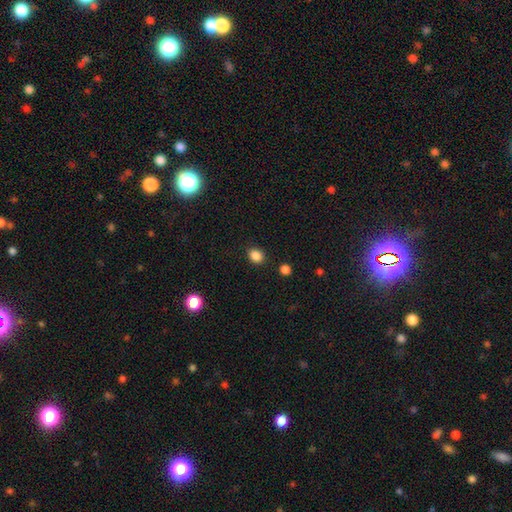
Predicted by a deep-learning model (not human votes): Morphology: type=smooth (86%); roundness=round (60%); merging=none (87%).